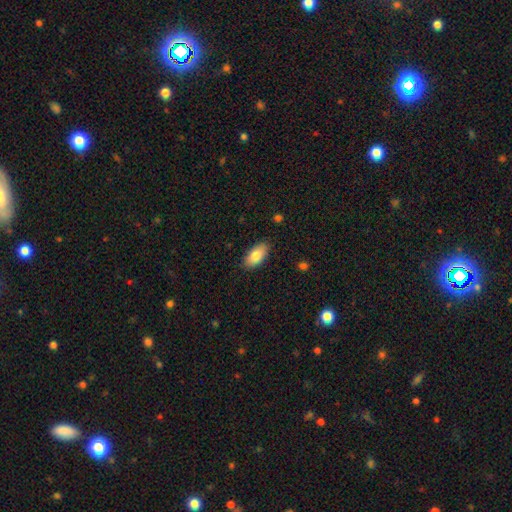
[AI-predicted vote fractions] smooth 82%, featured or disk 11%, star or artifact 7%. Down the decision tree: how rounded — in between (92%); merging — none (86%).